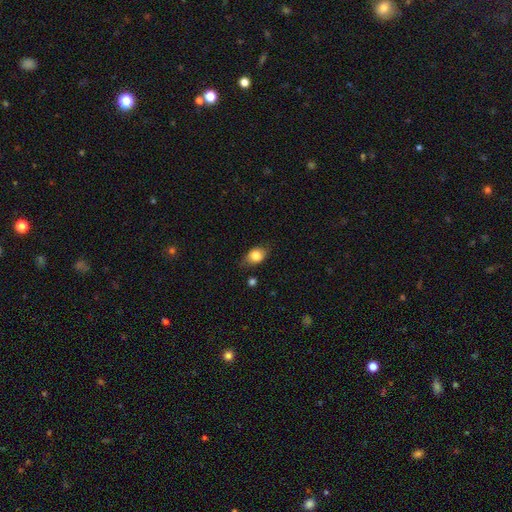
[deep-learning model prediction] Overall: smooth (80%). How rounded: in between (68%; round 30%). Merging: none (73%).